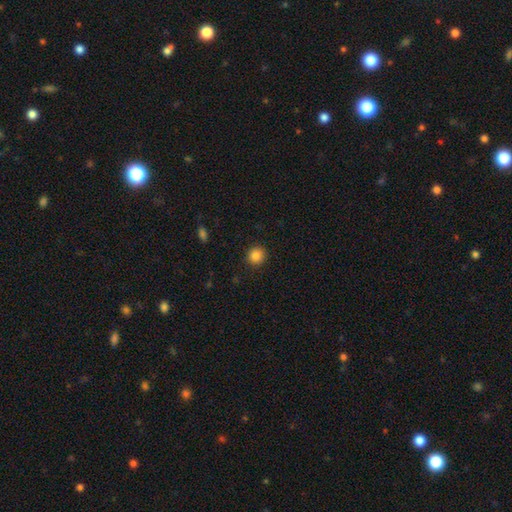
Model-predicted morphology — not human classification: This is clearly a smooth galaxy (85%). How rounded: clearly round (91%). Merging: clearly none (90%).